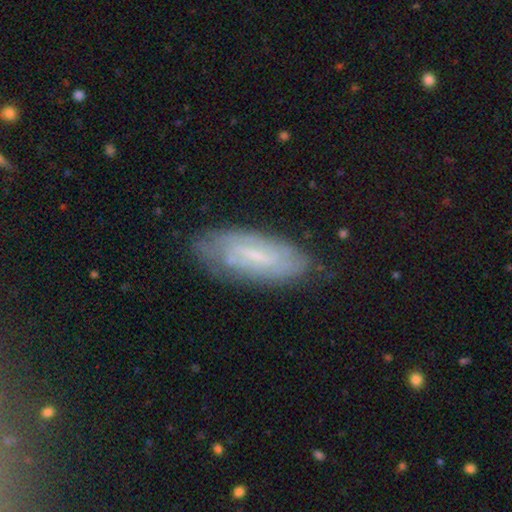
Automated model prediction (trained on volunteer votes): smooth_or_featured: featured or disk (p=0.57) [alt: smooth p=0.36]
disk_edge_on: no (p=0.84) [alt: yes p=0.16]
merging: none (p=0.74) [alt: minor disturbance p=0.19]